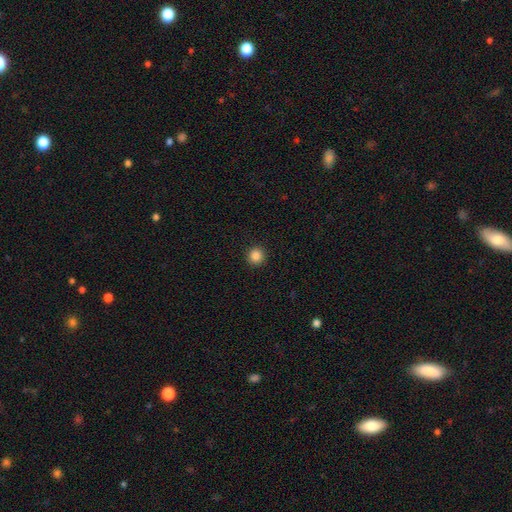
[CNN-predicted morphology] Overall: smooth (86%). How rounded: round (95%). Merging: none (93%).